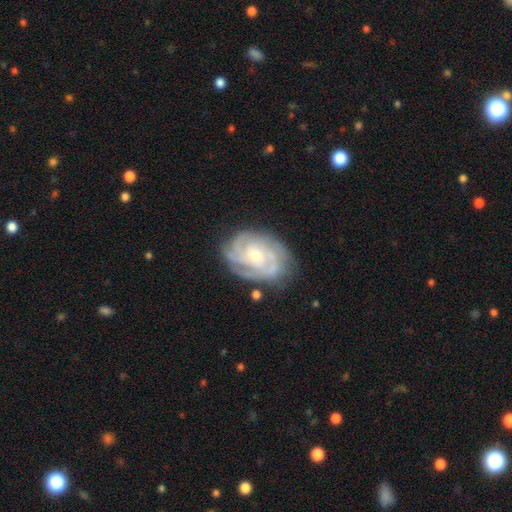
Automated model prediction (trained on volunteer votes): Overall: featured or disk (86%). Edge-on disk: no (97%). Bar: no (70%). Spiral arms: yes (97%). Spiral arm count: 3 (32%; can't tell 22%). Spiral winding: tight (66%; medium 29%). Bulge size: small (55%; moderate 40%). Merging: none (75%).